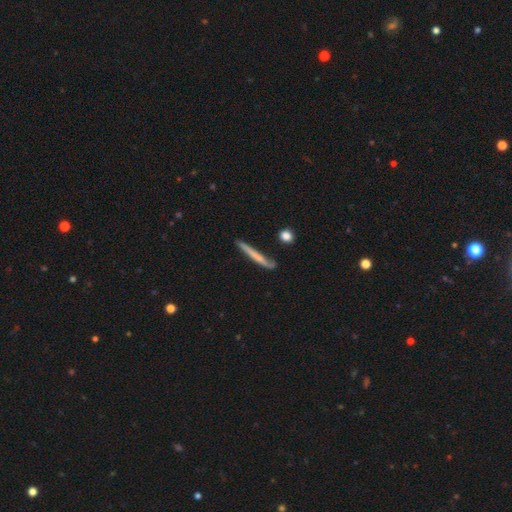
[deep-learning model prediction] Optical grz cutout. It shows a smooth galaxy with no disk features (57%) that is cigar-shaped (96%). Merging: none (76%).